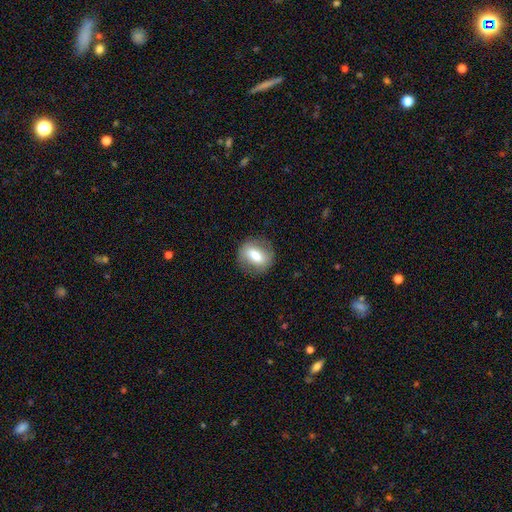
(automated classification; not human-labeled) smooth_or_featured: smooth (p=0.64) [alt: featured or disk p=0.28]
how_rounded: in between (p=0.48) [tied with: round p=0.48]
merging: none (p=0.83) [alt: minor disturbance p=0.12]